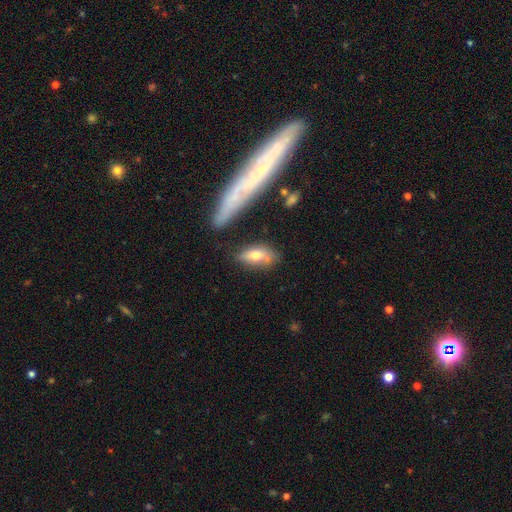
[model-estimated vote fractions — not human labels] The model was most divided on "smooth or featured": smooth: 65%, featured or disk: 27%, star or artifact: 8%. More confident: how rounded — in between (79%); merging — none (61%).